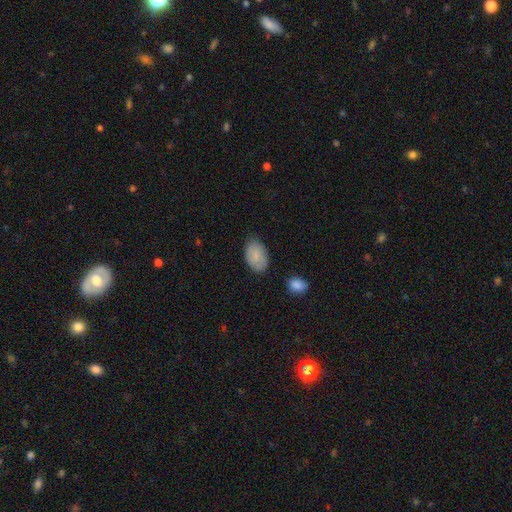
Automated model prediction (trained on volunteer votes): Smooth or featured? Predicted: smooth (p=0.86). How rounded? Predicted: in between (p=0.91). Merging? Predicted: none (p=0.77).